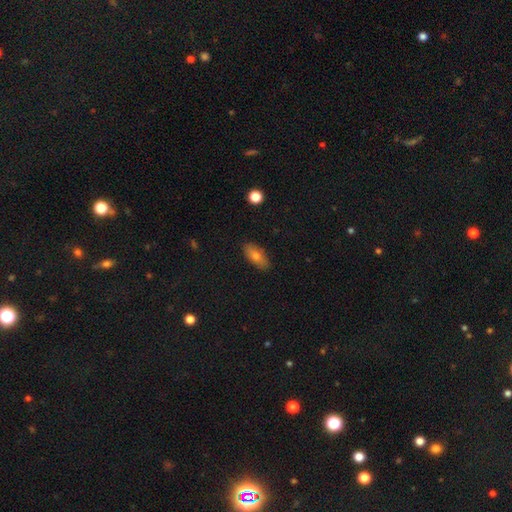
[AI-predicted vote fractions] Smooth or featured?
  - smooth: 72% *
  - featured or disk: 20%
  - star or artifact: 8%
How rounded?
  - in between: 81% *
  - cigar-shaped: 15%
  - round: 4%
Merging?
  - none: 87% *
  - minor disturbance: 10%
  - major disturbance: 2%
  - merger: 1%